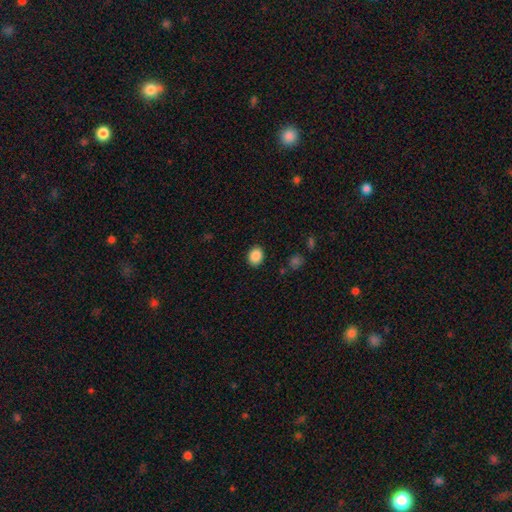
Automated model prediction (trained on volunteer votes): A smooth galaxy with no disk features (88%) that is round (51%).

Vote fractions:
- Smooth or featured? smooth: 88% / star or artifact: 9% / featured or disk: 3%
- How rounded? round: 51% / in between: 48% / cigar-shaped: 1%
- Merging? none: 88% / minor disturbance: 8% / major disturbance: 2% / merger: 1%